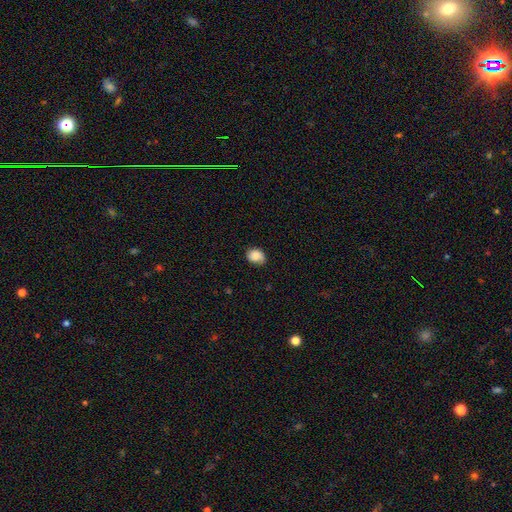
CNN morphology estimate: A smooth galaxy with no disk features (81%) that is in between round and cigar-shaped (55%). Merging: none (66%).